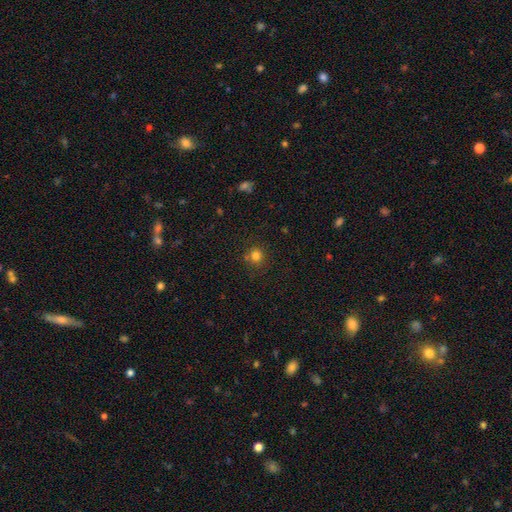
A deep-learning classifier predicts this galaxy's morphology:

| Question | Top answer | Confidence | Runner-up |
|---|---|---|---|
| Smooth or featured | smooth | 79% | star or artifact (15%) |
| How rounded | round | 92% | in between (8%) |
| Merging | none | 83% | minor disturbance (10%) |